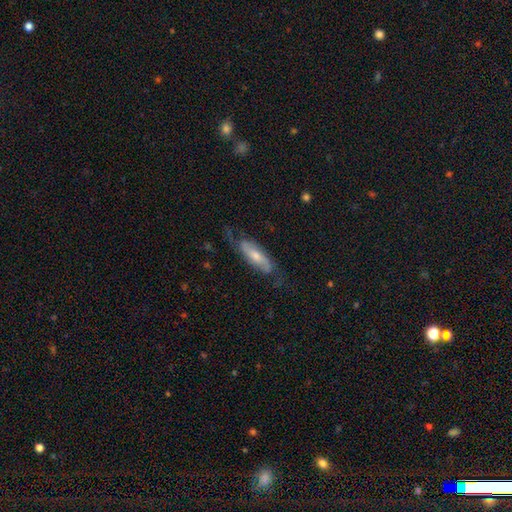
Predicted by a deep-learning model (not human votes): This is likely a featured or disk galaxy (62%). It is likely not viewed edge-on (77%). Merging: likely none (62%).